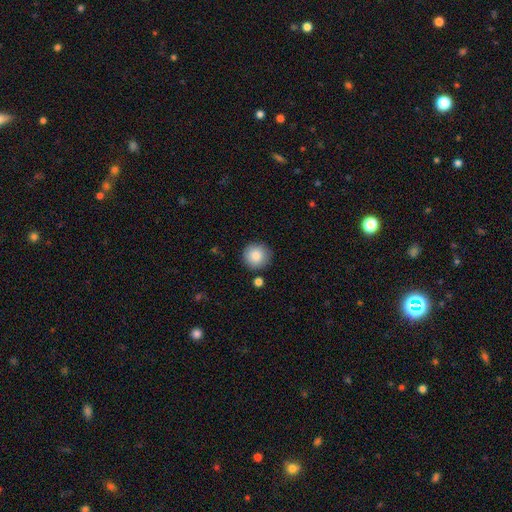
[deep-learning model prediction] smooth-or-featured: smooth: 86% | star or artifact: 7% | featured or disk: 6%
  how-rounded: round: 95% | in between: 4% | cigar-shaped: 1%
  merging: none: 86% | minor disturbance: 9% | merger: 3% | major disturbance: 2%